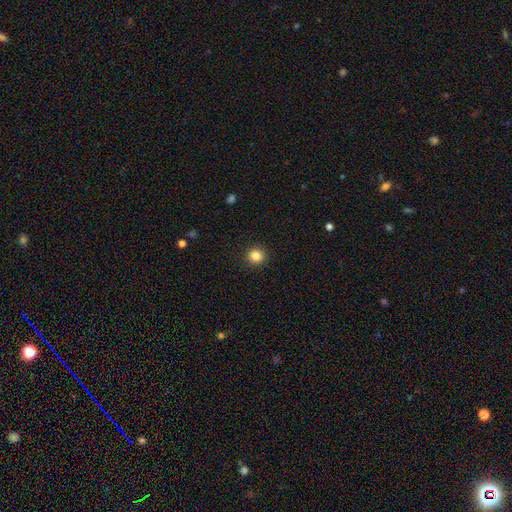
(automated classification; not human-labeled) smooth_or_featured: smooth (p=0.85) [alt: star or artifact p=0.11]
how_rounded: round (p=0.91) [alt: in between p=0.08]
merging: none (p=0.92) [alt: minor disturbance p=0.05]